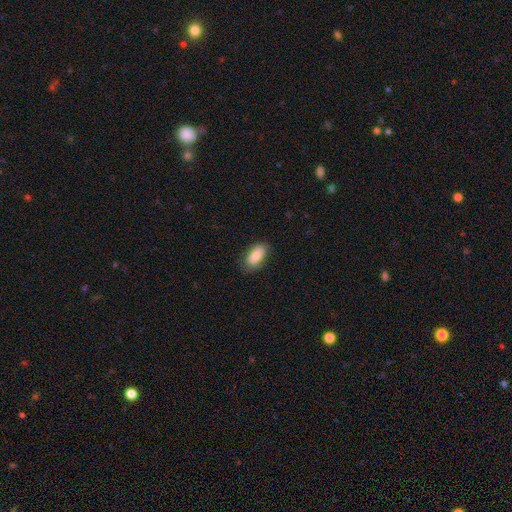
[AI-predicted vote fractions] Overall: smooth (80%). How rounded: in between (92%). Merging: none (79%).